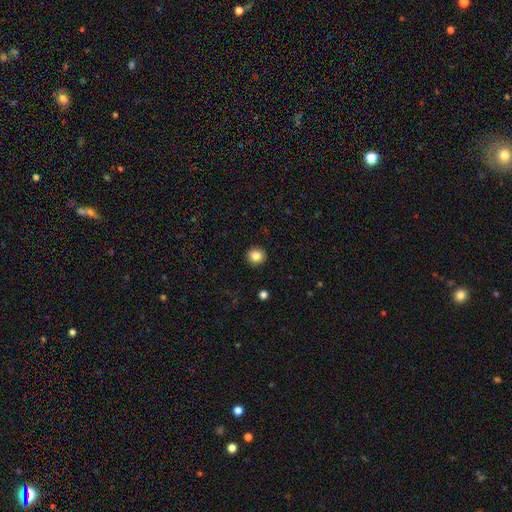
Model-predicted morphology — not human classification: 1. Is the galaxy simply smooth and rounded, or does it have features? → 83% smooth, 10% star or artifact, 7% featured or disk.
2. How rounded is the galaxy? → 92% round, 7% in between, 1% cigar-shaped.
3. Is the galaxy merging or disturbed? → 92% none, 5% minor disturbance, 2% major disturbance, 1% merger.